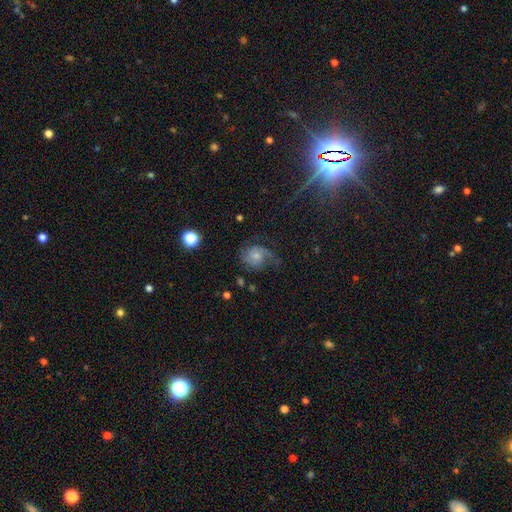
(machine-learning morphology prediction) Smooth or featured? featured or disk (58%)
Edge-on disk? no (97%)
Bar? no (71%)
Spiral arms? yes (87%)
Bulge size? small (48%)
Merging? none (47%)